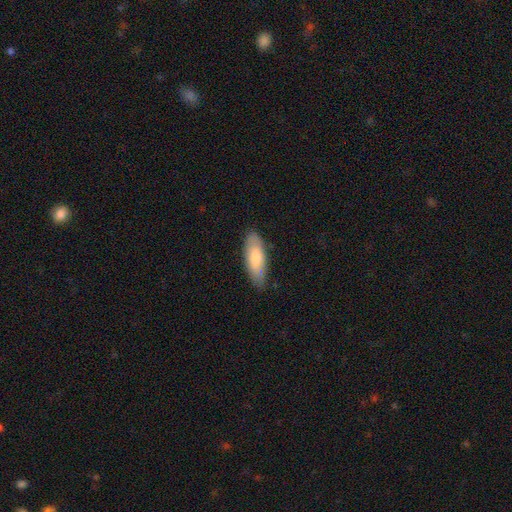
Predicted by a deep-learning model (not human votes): Q: Smooth or featured?
A: smooth (71%); runner-up: featured or disk (23%)
Q: How rounded?
A: in between (65%); runner-up: cigar-shaped (33%)
Q: Merging?
A: none (80%); runner-up: minor disturbance (17%)